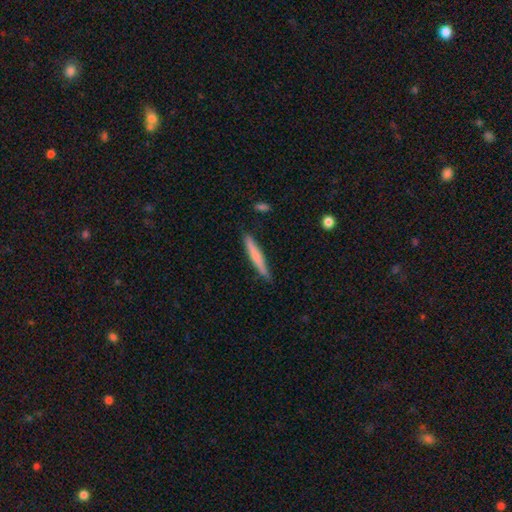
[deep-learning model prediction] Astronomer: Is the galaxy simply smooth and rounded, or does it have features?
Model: smooth — 63%.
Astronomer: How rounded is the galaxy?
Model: cigar-shaped — 94%.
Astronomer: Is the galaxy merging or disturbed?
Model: none — 83%.